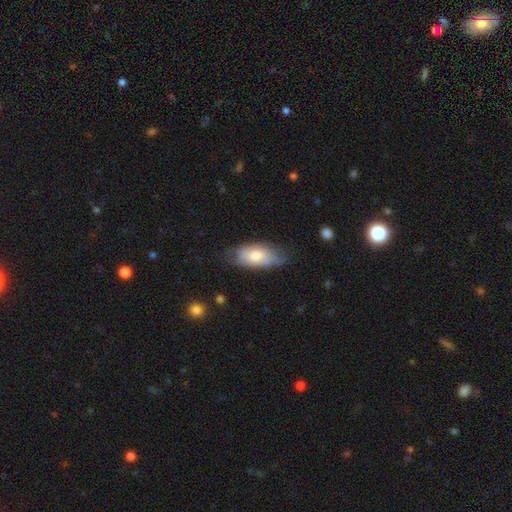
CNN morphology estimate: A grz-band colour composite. It shows a smooth galaxy with no disk features (66%) that is in between round and cigar-shaped (90%). Merging: none (58%).